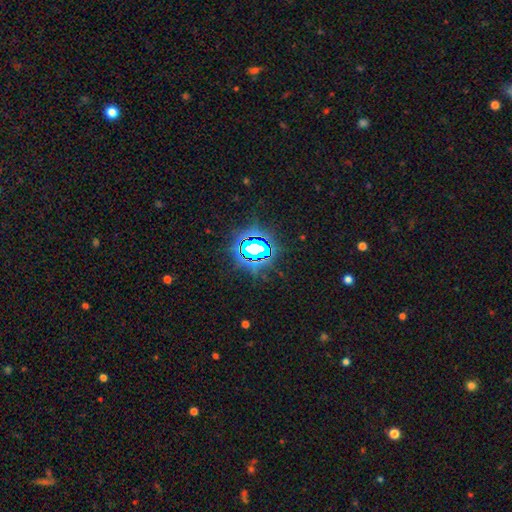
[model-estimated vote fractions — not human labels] A star or artifact, not a galaxy (83%).